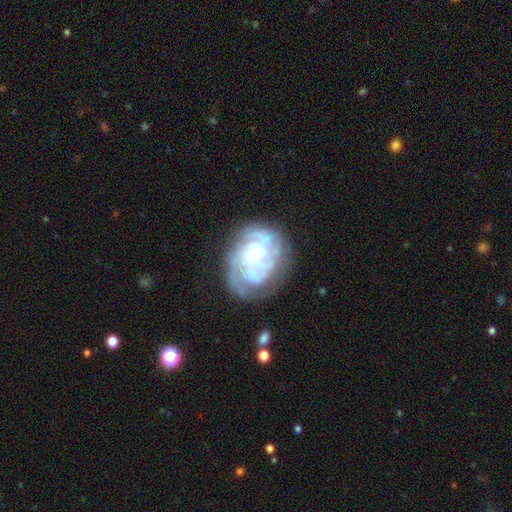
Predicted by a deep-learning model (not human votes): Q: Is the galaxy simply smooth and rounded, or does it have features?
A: featured or disk — 83%.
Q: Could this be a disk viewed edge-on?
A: no — 98%.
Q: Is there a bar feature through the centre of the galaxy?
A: no — 66%.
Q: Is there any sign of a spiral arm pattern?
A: yes — 91%.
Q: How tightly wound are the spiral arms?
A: tight — 63%.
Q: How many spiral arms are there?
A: can't tell — 36%.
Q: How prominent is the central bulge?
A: small — 60%.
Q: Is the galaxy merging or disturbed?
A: none — 64%.